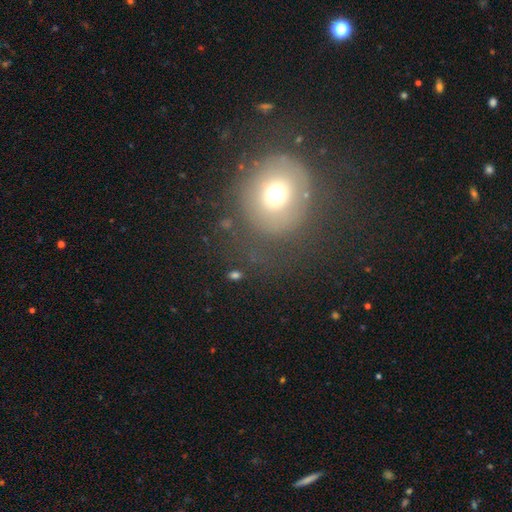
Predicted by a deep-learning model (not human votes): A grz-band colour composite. It shows a smooth galaxy with no disk features (48%). Merging: none (74%).